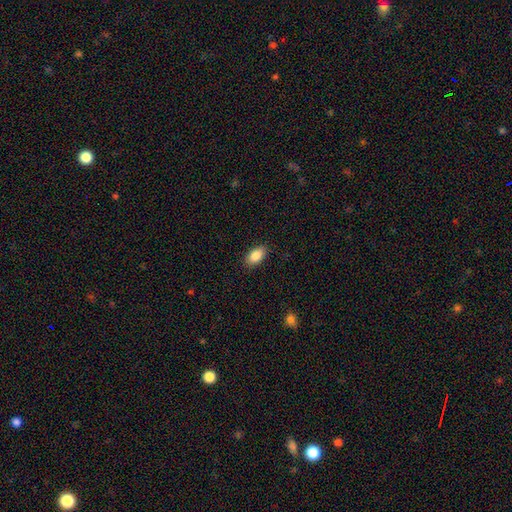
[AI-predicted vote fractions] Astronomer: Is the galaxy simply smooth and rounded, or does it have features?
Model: smooth — 86%.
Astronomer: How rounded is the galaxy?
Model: in between — 92%.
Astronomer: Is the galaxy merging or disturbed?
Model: none — 88%.